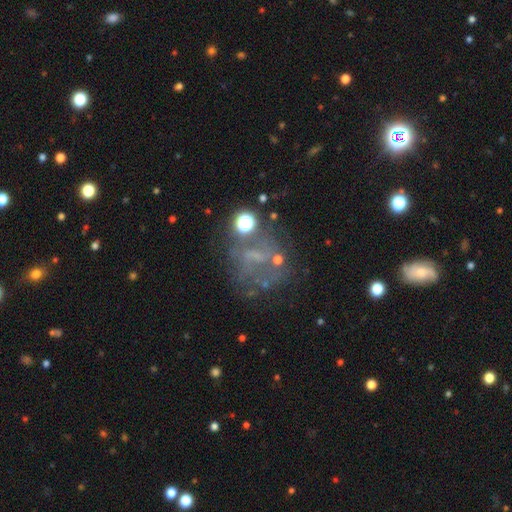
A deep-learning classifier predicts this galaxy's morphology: Q: Smooth or featured?
A: featured or disk (52%); runner-up: star or artifact (26%)
Q: Edge-on disk?
A: no (97%); runner-up: yes (3%)
Q: Bar?
A: no (55%); runner-up: weak (33%)
Q: Spiral arms?
A: no (57%); runner-up: yes (43%)
Q: Bulge size?
A: none (52%); runner-up: small (33%)
Q: Merging?
A: none (47%); runner-up: major disturbance (25%)